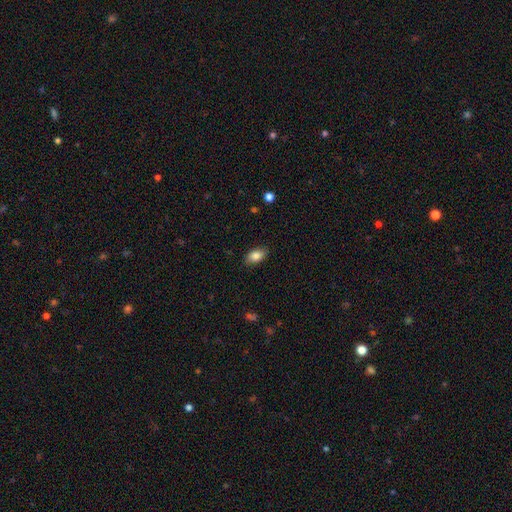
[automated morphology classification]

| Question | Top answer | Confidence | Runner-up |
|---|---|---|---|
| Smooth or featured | smooth | 85% | star or artifact (7%) |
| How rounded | in between | 91% | round (7%) |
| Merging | none | 85% | minor disturbance (11%) |